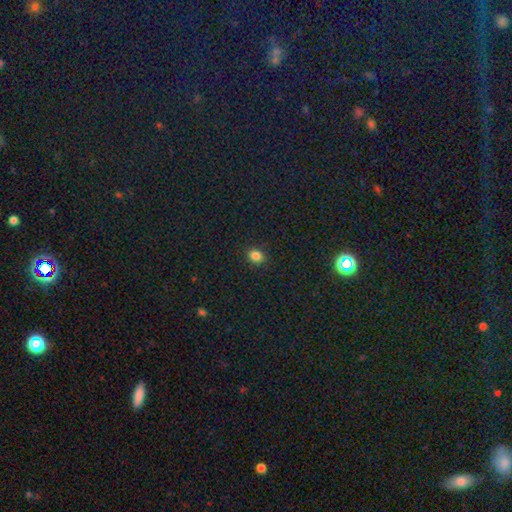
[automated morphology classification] Smooth or featured? Predicted: smooth (p=0.83). How rounded? Predicted: round (p=0.57). Merging? Predicted: none (p=0.90).